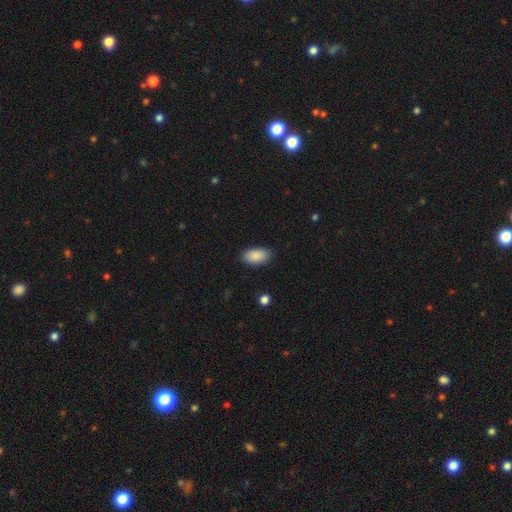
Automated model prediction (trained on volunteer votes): smooth-or-featured: smooth: 89% | star or artifact: 7% | featured or disk: 5%
  how-rounded: in between: 94% | round: 4% | cigar-shaped: 3%
  merging: none: 86% | minor disturbance: 11% | major disturbance: 2% | merger: 1%